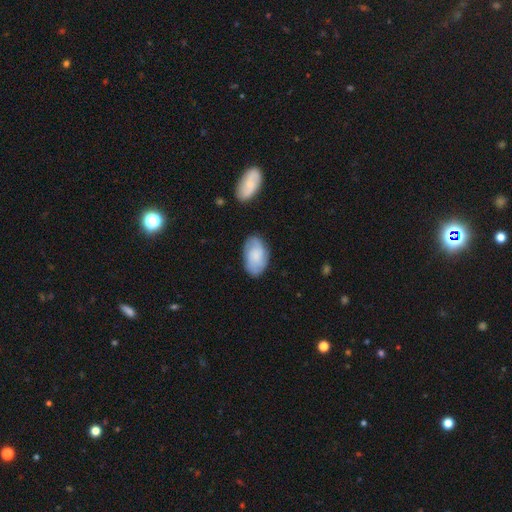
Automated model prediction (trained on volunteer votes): The model was most divided on "smooth or featured": smooth: 56%, featured or disk: 37%, star or artifact: 7%. More confident: how rounded — in between (93%); merging — none (75%).